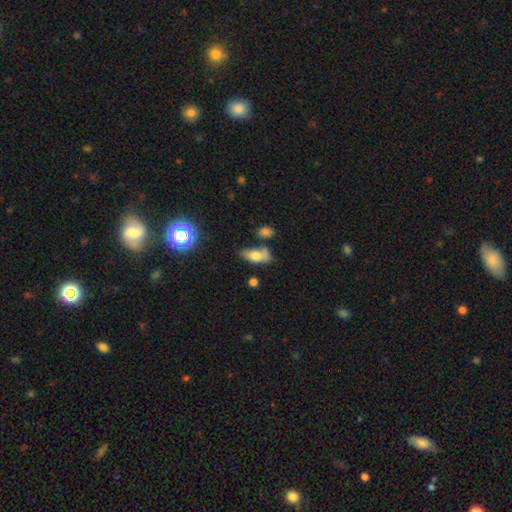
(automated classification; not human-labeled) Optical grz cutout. It shows a smooth galaxy with no disk features (70%) that is in between round and cigar-shaped (85%). Merging: none (49%).